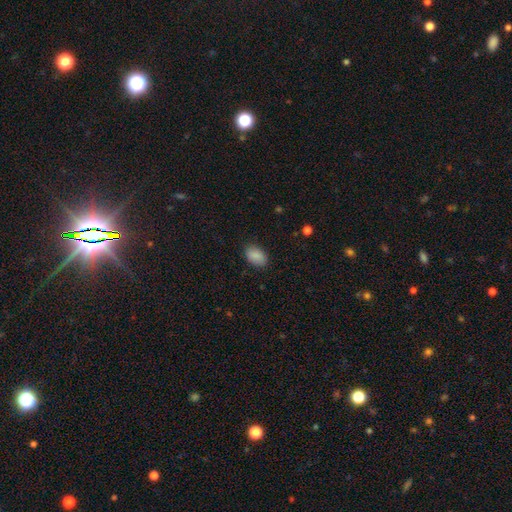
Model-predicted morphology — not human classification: Overall: smooth (88%). How rounded: in between (90%). Merging: none (84%).